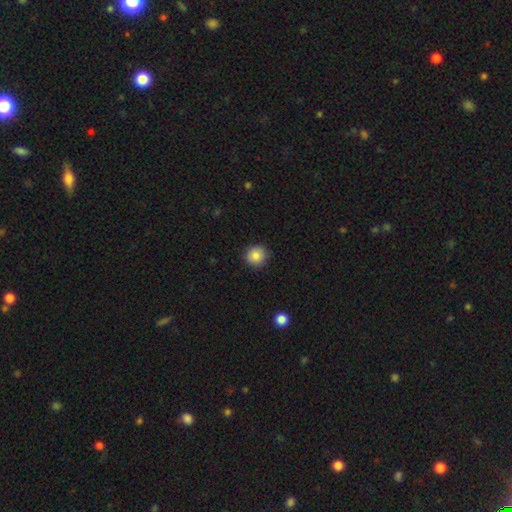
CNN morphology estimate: Smooth or featured? smooth (84%)
How rounded? round (92%)
Merging? none (89%)